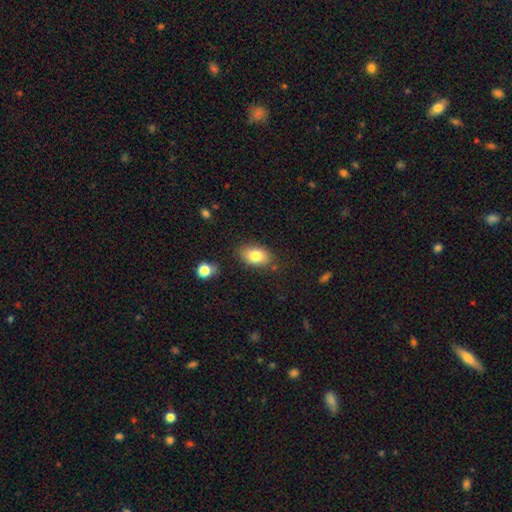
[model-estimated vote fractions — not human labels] A smooth galaxy with no disk features (81%) that is in between round and cigar-shaped (87%).

Vote fractions:
- Smooth or featured? smooth: 81% / featured or disk: 11% / star or artifact: 8%
- How rounded? in between: 87% / round: 12% / cigar-shaped: 1%
- Merging? none: 80% / minor disturbance: 13% / major disturbance: 3% / merger: 3%